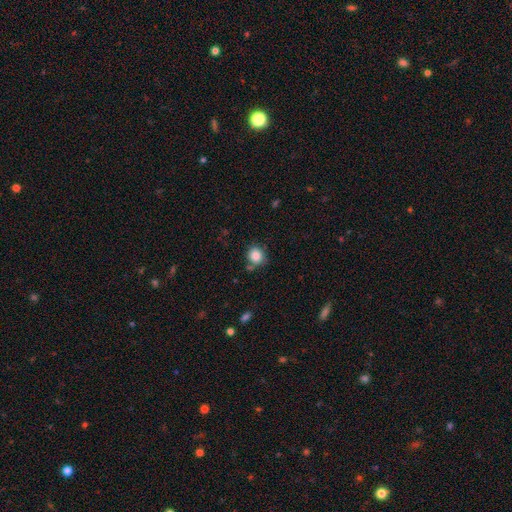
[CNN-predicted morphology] A smooth galaxy with no disk features (85%) that is round (79%). Merging: none (73%).